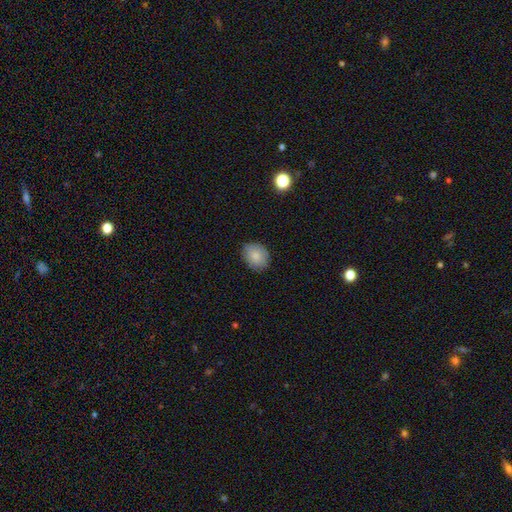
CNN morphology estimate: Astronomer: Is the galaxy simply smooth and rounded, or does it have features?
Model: smooth — 84%.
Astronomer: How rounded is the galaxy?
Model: in between — 52% (runner-up: round, 47%).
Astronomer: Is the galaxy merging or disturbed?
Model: none — 83%.